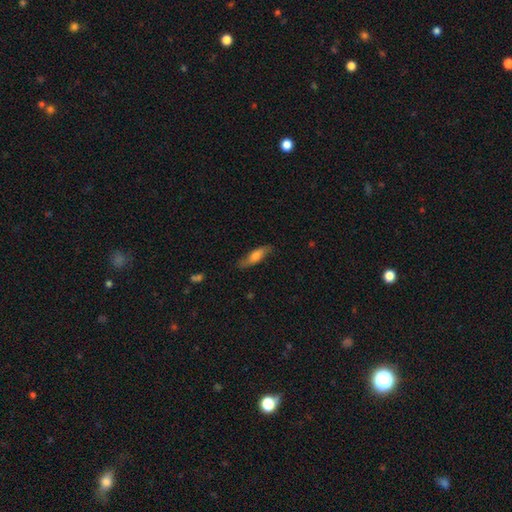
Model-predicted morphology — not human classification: Smooth or featured: smooth — 60% (featured or disk — 33%)
How rounded: cigar-shaped — 57% (in between — 40%)
Merging: none — 77% (minor disturbance — 18%)